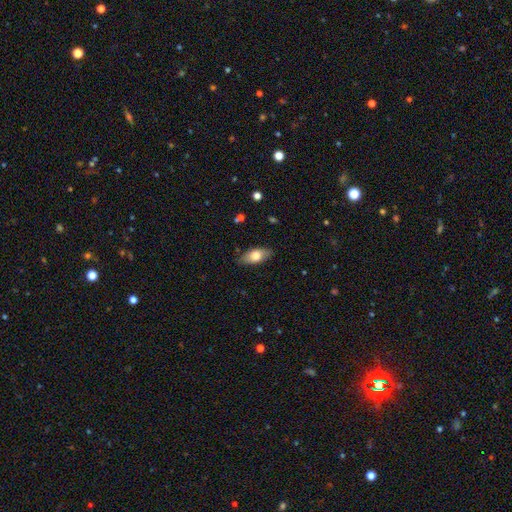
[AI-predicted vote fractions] smooth_or_featured: smooth (p=0.73) [alt: featured or disk p=0.21]
how_rounded: in between (p=0.87) [alt: cigar-shaped p=0.09]
merging: none (p=0.83) [alt: minor disturbance p=0.13]